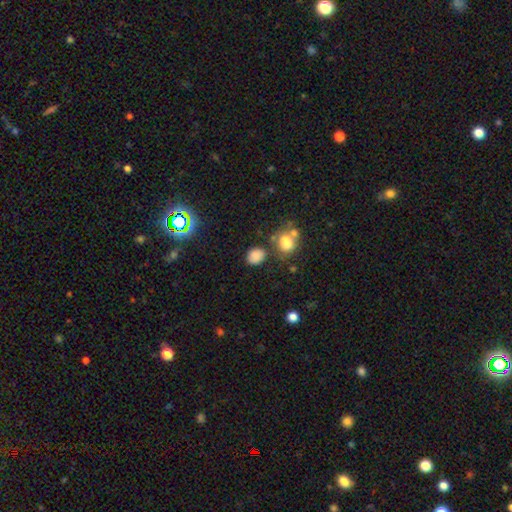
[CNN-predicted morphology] type=smooth (80%); roundness=round (52%); merging=none (70%).